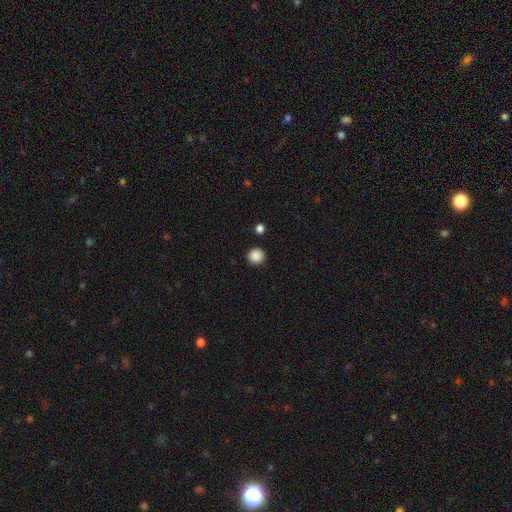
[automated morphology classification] smooth 88%, star or artifact 10%, featured or disk 3%. Down the decision tree: how rounded — round (95%); merging — none (90%).